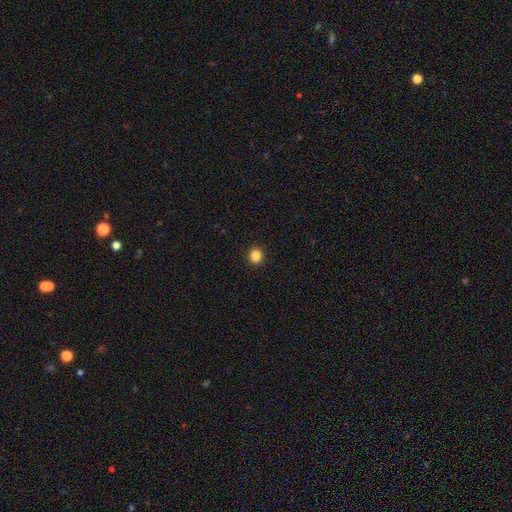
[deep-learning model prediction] smooth-or-featured: smooth: 86% | star or artifact: 11% | featured or disk: 3%
  how-rounded: round: 91% | in between: 8% | cigar-shaped: 1%
  merging: none: 93% | minor disturbance: 4% | major disturbance: 2% | merger: 1%